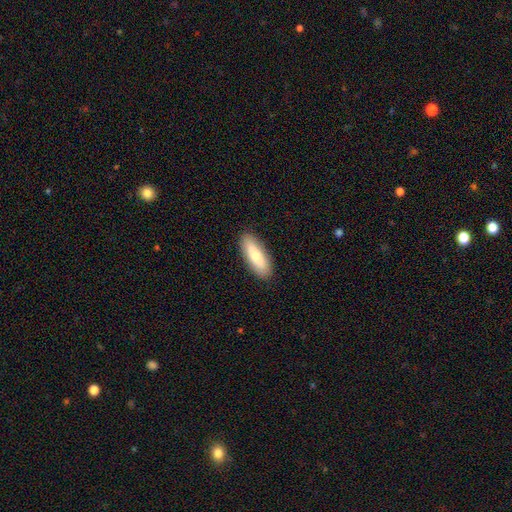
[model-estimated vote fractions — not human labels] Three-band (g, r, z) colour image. It shows a smooth galaxy with no disk features (71%) that is in between round and cigar-shaped (63%). Merging: none (89%).